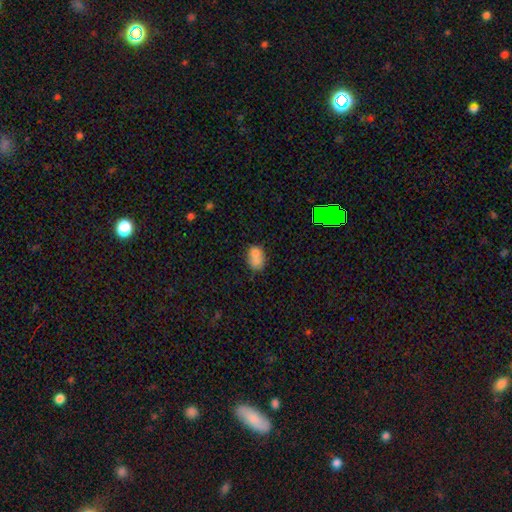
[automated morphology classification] Overall: smooth (73%). How rounded: in between (68%; round 31%). Merging: none (41%; merger 34%).